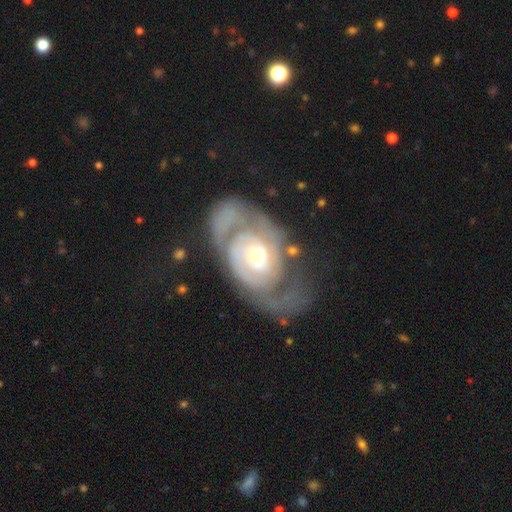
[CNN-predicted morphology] smooth-or-featured: featured or disk: 87% | smooth: 9% | star or artifact: 5%
  disk-edge-on: no: 97% | yes: 3%
    bar: no: 71% | weak: 23% | strong: 6%
    has-spiral-arms: yes: 91% | no: 9%
      spiral-winding: tight: 59% | medium: 29% | loose: 12%
      spiral-arm-count: 2: 56% | can't tell: 23% | 1: 8% | 3: 7% | 4: 3% | more than 4: 3%
    bulge-size: small: 46% | moderate: 44% | large: 7% | dominant: 1% | none: 1%
  merging: none: 47% | major disturbance: 27% | minor disturbance: 20% | merger: 6%